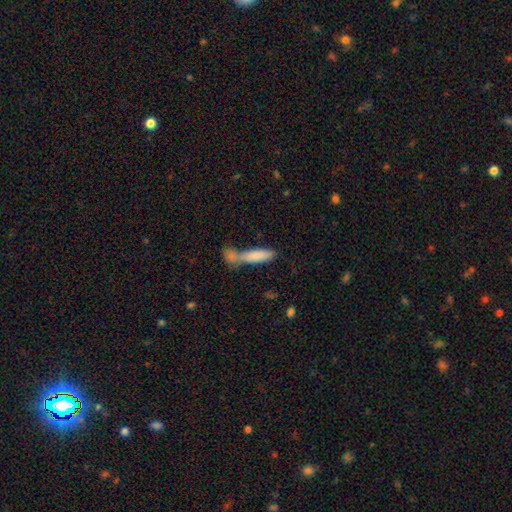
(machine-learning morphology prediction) type=smooth (80%); roundness=cigar-shaped (65%); merging=merger (50%).